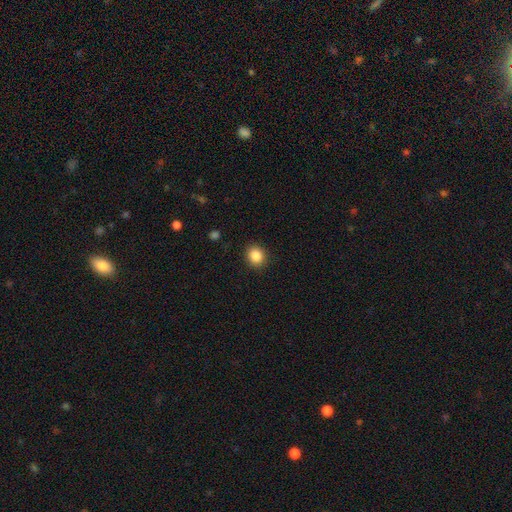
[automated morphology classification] Overall: smooth (86%). How rounded: round (76%). Merging: none (90%).